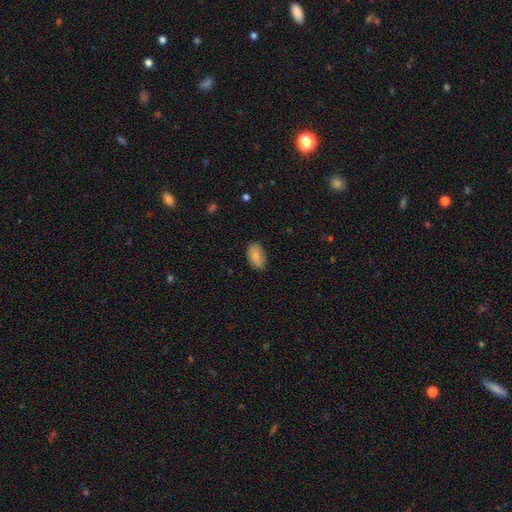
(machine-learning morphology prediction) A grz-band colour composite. It shows a smooth galaxy with no disk features (85%) that is in between round and cigar-shaped (92%). Merging: none (77%).